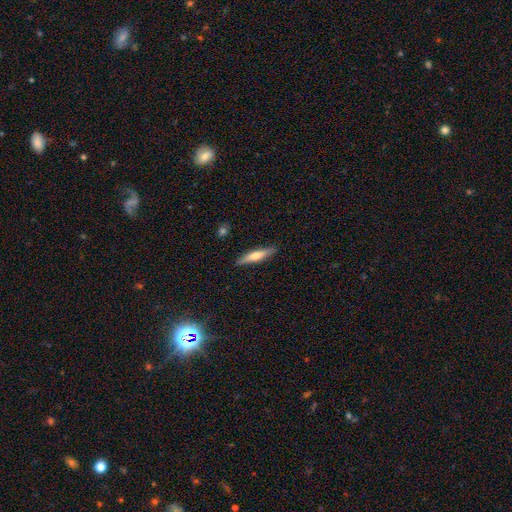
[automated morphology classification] smooth-or-featured: featured or disk: 48% | smooth: 46% | star or artifact: 6%
  merging: none: 89% | minor disturbance: 8% | major disturbance: 2% | merger: 1%